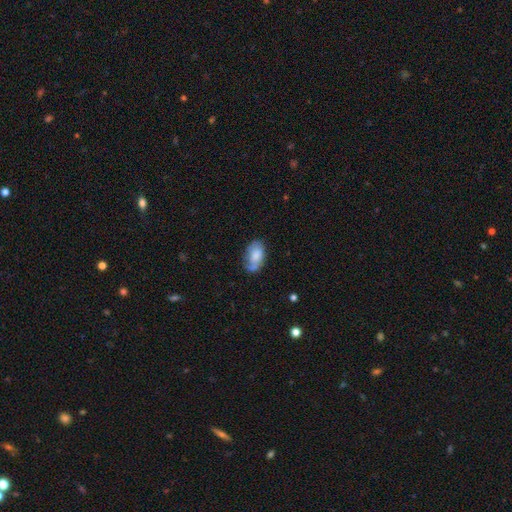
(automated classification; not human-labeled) smooth-or-featured: smooth: 68% | featured or disk: 25% | star or artifact: 7%
  how-rounded: in between: 92% | round: 6% | cigar-shaped: 2%
  merging: none: 51% | minor disturbance: 31% | major disturbance: 11% | merger: 7%